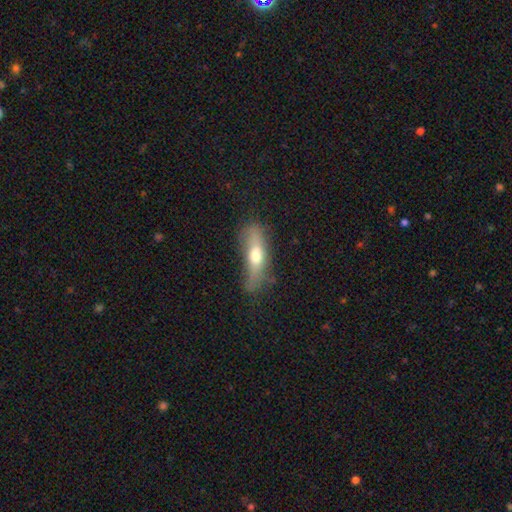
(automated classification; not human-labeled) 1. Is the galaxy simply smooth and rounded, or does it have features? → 57% smooth, 36% featured or disk, 7% star or artifact.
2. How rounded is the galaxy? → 60% cigar-shaped, 37% in between, 3% round.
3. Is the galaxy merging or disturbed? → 60% none, 26% minor disturbance, 11% major disturbance, 3% merger.